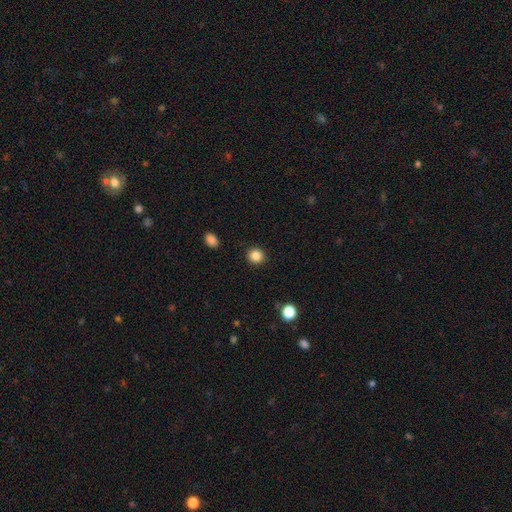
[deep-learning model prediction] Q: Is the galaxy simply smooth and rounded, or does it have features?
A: smooth — 86%.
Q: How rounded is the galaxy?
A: round — 91%.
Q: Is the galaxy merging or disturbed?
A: none — 92%.